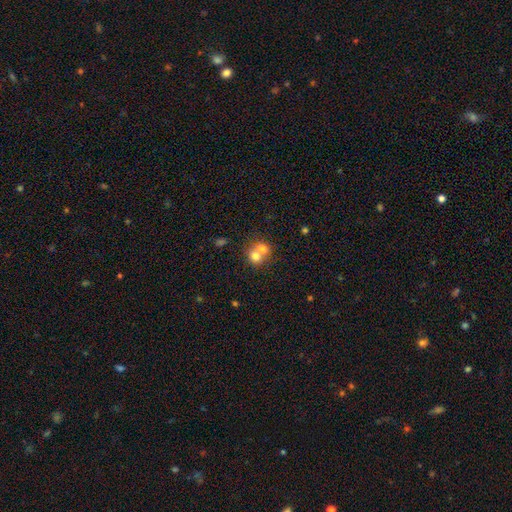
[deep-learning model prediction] A smooth galaxy with no disk features (72%) that is round (71%). Merging: merger (66%).